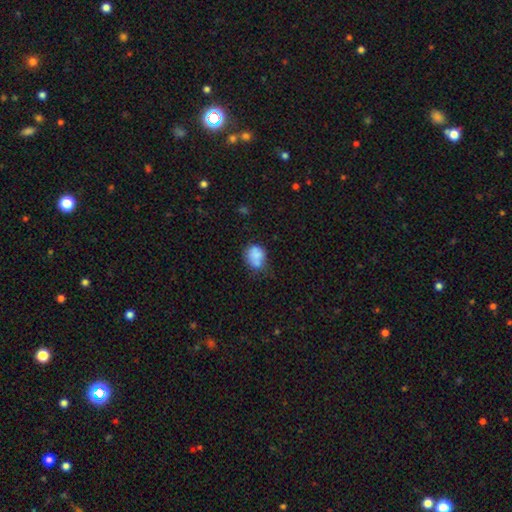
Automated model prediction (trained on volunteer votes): Q: Smooth or featured?
A: smooth (74%); runner-up: featured or disk (16%)
Q: How rounded?
A: round (52%); runner-up: in between (47%)
Q: Merging?
A: none (39%); runner-up: minor disturbance (26%)